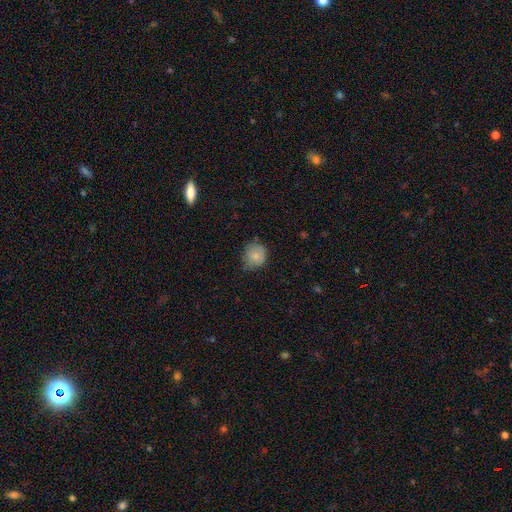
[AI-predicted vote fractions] A smooth galaxy with no disk features (80%) that is round (73%). Merging: none (63%).